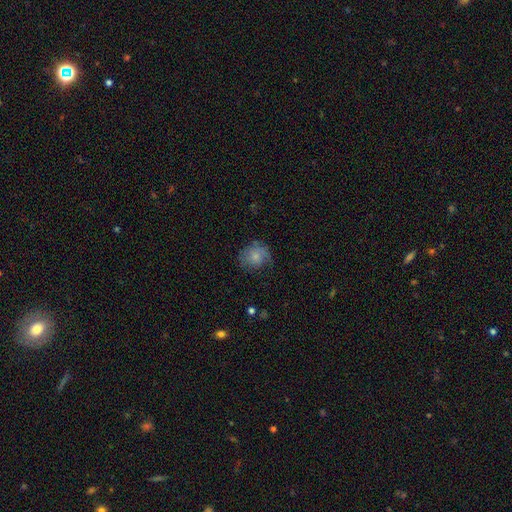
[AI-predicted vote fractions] The model was most divided on "merging": none: 60%, minor disturbance: 26%, major disturbance: 12%, merger: 2%. More confident: how rounded — round (71%); smooth or featured — smooth (69%).